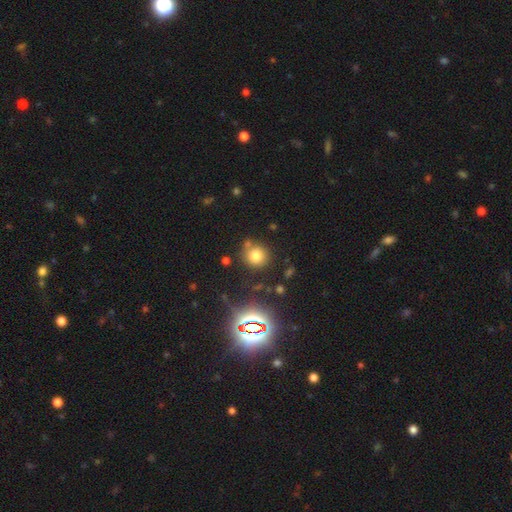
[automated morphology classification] Smooth or featured?
  - smooth: 73% *
  - star or artifact: 19%
  - featured or disk: 8%
How rounded?
  - round: 89% *
  - in between: 10%
  - cigar-shaped: 1%
Merging?
  - none: 76% *
  - minor disturbance: 10%
  - merger: 10%
  - major disturbance: 4%